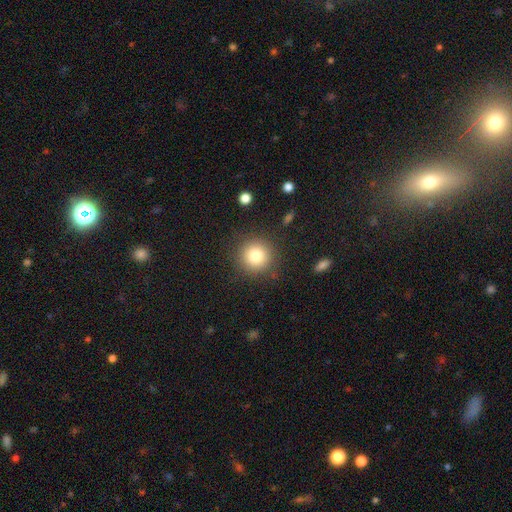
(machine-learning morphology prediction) Smooth or featured: smooth — 80% (star or artifact — 11%)
How rounded: round — 94% (in between — 5%)
Merging: none — 87% (minor disturbance — 8%)